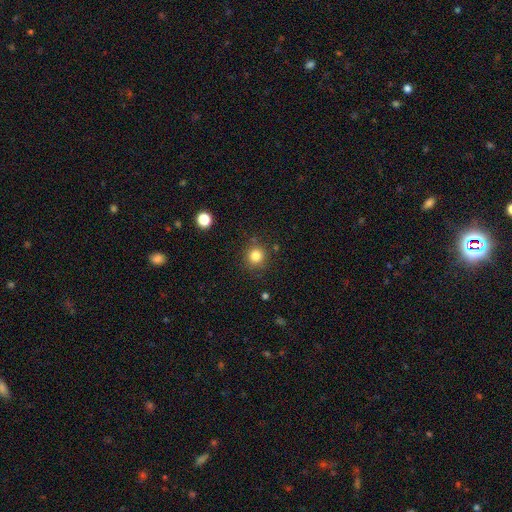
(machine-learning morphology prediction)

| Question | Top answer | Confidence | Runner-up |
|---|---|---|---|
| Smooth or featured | smooth | 83% | star or artifact (12%) |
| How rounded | round | 92% | in between (7%) |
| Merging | none | 84% | minor disturbance (9%) |